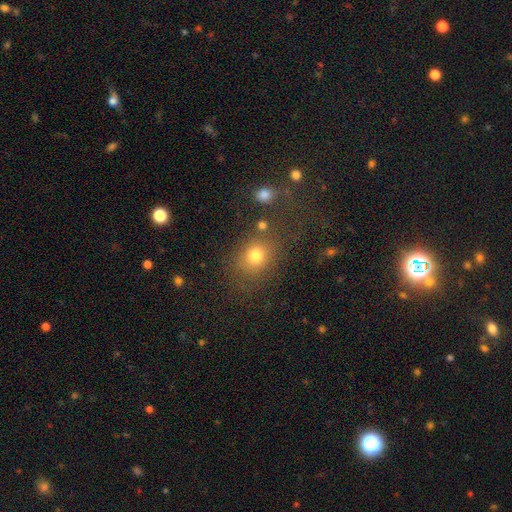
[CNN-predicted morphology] Overall: smooth (74%). How rounded: round (65%; in between 34%). Merging: none (67%).